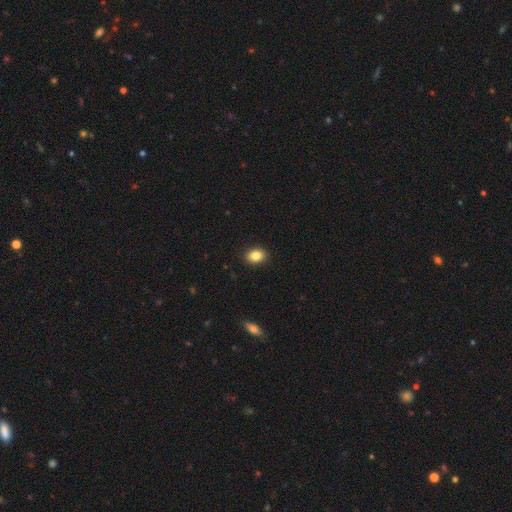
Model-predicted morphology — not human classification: Smooth or featured?
  - smooth: 85% *
  - star or artifact: 9%
  - featured or disk: 6%
How rounded?
  - in between: 65% *
  - round: 34%
  - cigar-shaped: 1%
Merging?
  - none: 91% *
  - minor disturbance: 7%
  - major disturbance: 2%
  - merger: 1%